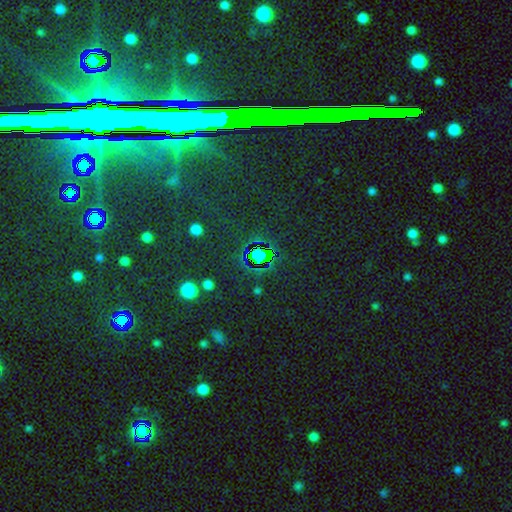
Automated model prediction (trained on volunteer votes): Q: Smooth or featured?
A: star or artifact (83%); runner-up: smooth (9%)